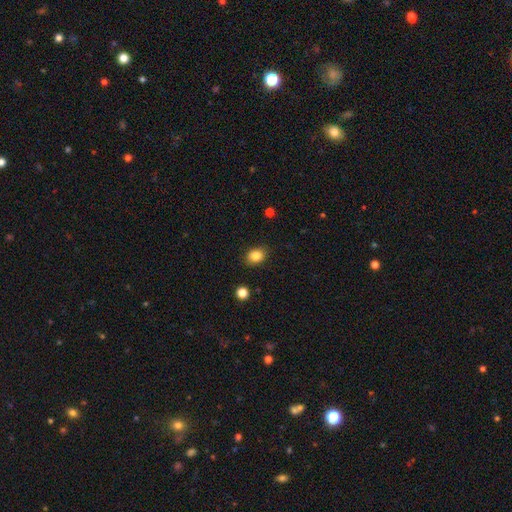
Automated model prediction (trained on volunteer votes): Overall: smooth (84%). How rounded: in between (58%; round 41%). Merging: none (87%).